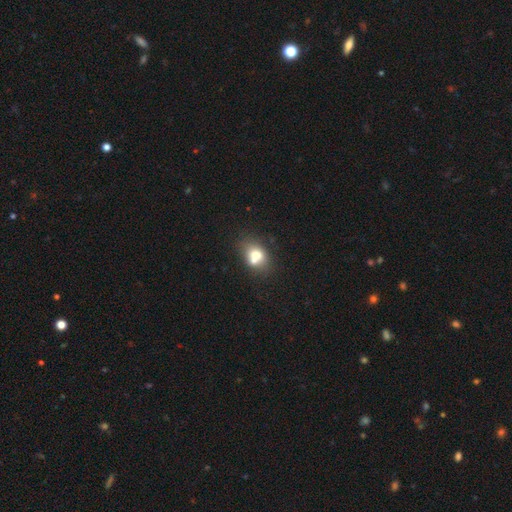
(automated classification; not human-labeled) smooth-or-featured: smooth: 69% | featured or disk: 21% | star or artifact: 11%
  how-rounded: in between: 59% | round: 40% | cigar-shaped: 1%
  merging: none: 43% | merger: 41% | minor disturbance: 12% | major disturbance: 5%